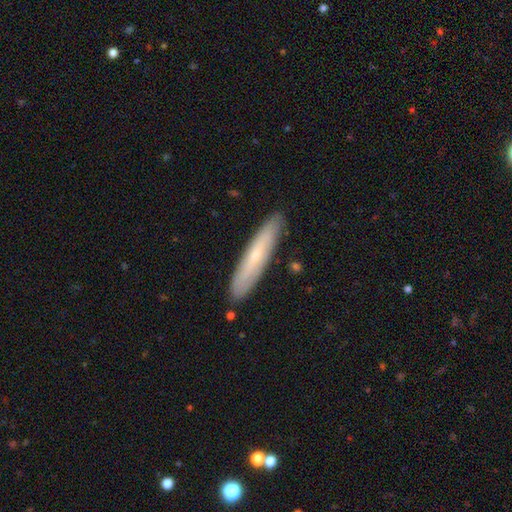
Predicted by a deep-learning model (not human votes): Smooth or featured?
  - smooth: 52% *
  - featured or disk: 41%
  - star or artifact: 6%
How rounded?
  - cigar-shaped: 89% *
  - in between: 10%
  - round: 1%
Merging?
  - none: 88% *
  - minor disturbance: 9%
  - major disturbance: 2%
  - merger: 2%